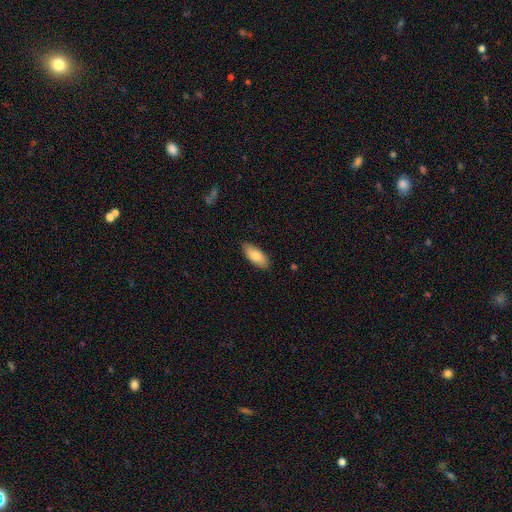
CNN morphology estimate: Smooth or featured: smooth — 83% (featured or disk — 11%)
How rounded: in between — 88% (cigar-shaped — 11%)
Merging: none — 85% (minor disturbance — 12%)